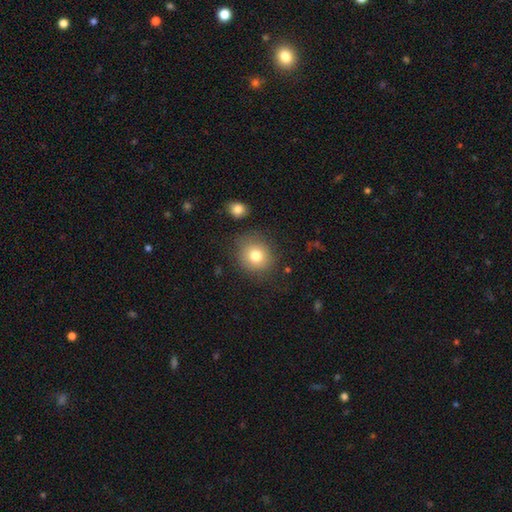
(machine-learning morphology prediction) Smooth or featured? Predicted: smooth (p=0.78). How rounded? Predicted: round (p=0.83). Merging? Predicted: none (p=0.81).